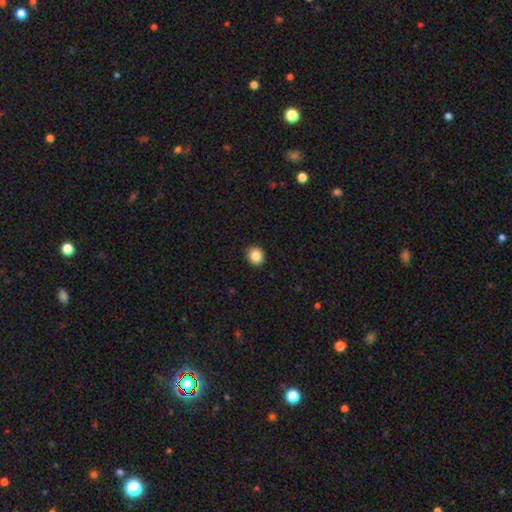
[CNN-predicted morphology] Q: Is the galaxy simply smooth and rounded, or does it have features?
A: smooth — 86%.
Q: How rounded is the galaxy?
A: round — 81%.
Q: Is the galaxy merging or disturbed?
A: none — 88%.